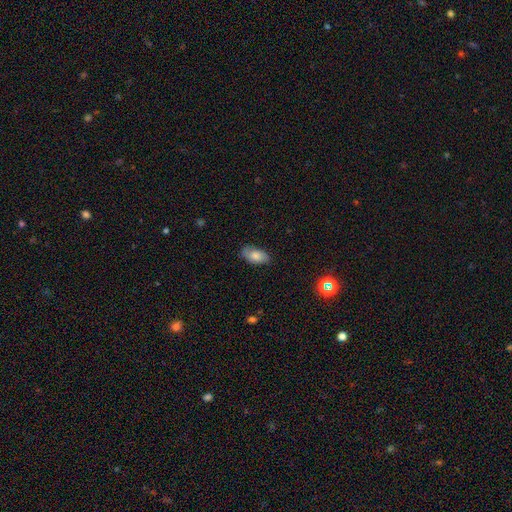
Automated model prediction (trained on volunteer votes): smooth_or_featured: smooth (p=0.79) [alt: featured or disk p=0.13]
how_rounded: in between (p=0.92) [alt: cigar-shaped p=0.04]
merging: none (p=0.79) [alt: minor disturbance p=0.16]